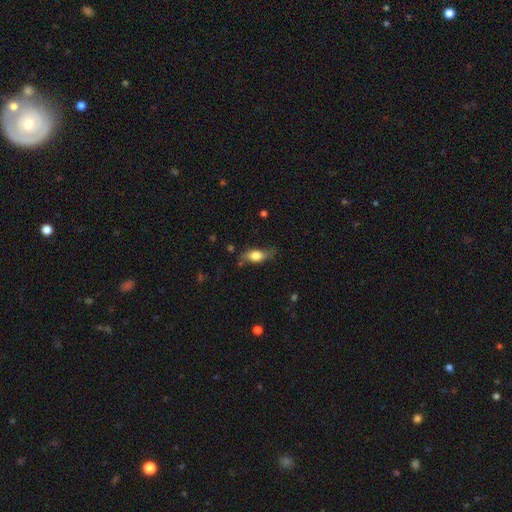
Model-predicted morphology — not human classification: smooth-or-featured: smooth: 67% | featured or disk: 25% | star or artifact: 8%
  how-rounded: in between: 72% | cigar-shaped: 20% | round: 7%
  merging: none: 63% | minor disturbance: 26% | major disturbance: 8% | merger: 2%